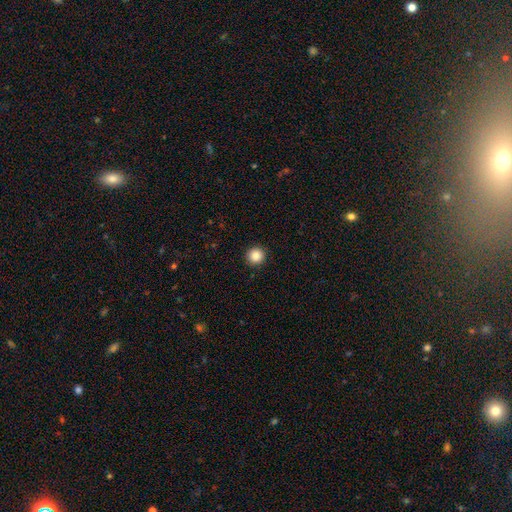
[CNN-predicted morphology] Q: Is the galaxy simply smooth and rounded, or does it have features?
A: smooth — 87%.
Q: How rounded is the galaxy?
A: round — 95%.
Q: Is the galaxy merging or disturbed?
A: none — 93%.